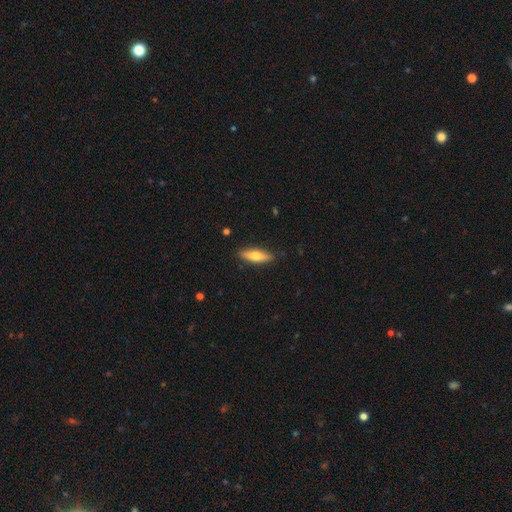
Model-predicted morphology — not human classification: type=smooth (63%); roundness=cigar-shaped (51%); merging=none (88%).